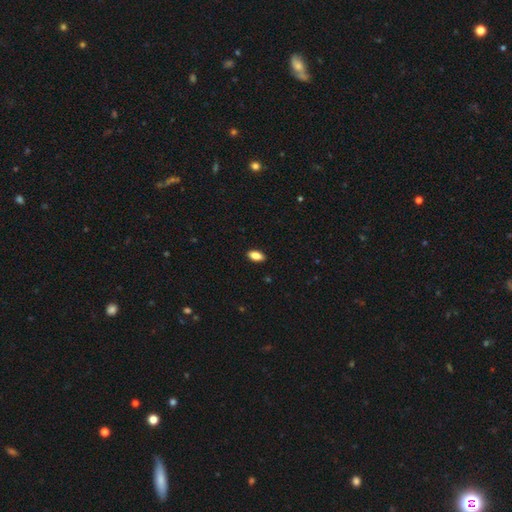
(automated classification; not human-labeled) This appears to be a smooth galaxy with no disk features (87%) that is in between round and cigar-shaped (91%). Merging: none (90%).